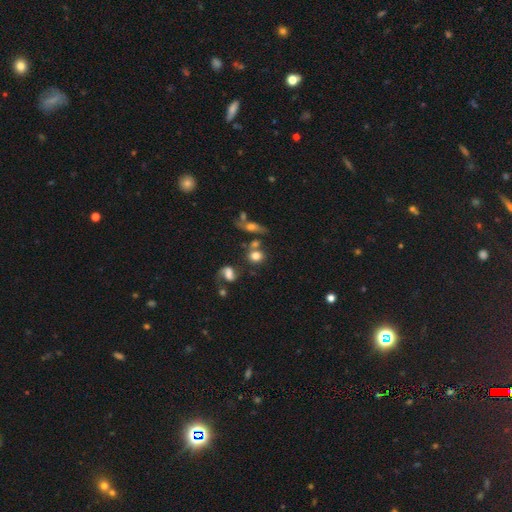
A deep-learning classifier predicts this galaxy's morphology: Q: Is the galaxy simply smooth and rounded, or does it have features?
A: smooth — 74%.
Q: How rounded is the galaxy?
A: round — 72%.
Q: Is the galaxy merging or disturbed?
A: none — 57%.